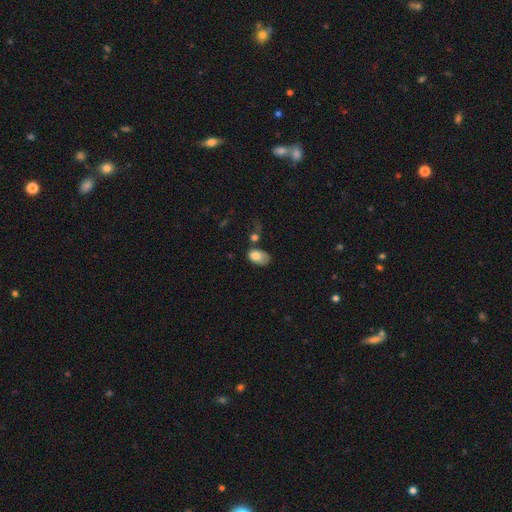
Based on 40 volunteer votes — smooth-or-featured: smooth: 75% | featured or disk: 20% | star or artifact: 5%
  how-rounded: in between: 90% | round: 10% | cigar-shaped: 0%
  merging: minor disturbance: 37% | major disturbance: 29% | merger: 18% | none: 16%